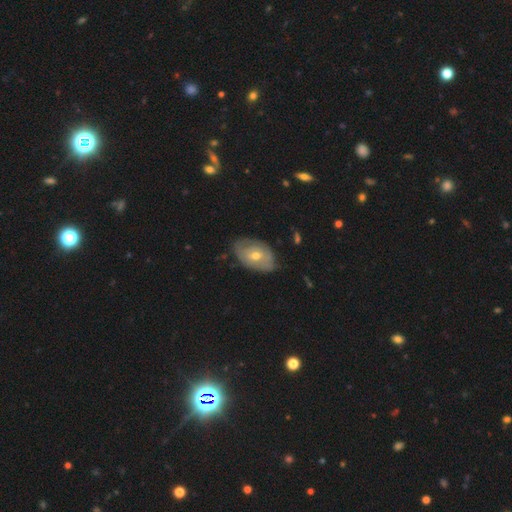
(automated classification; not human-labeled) smooth-or-featured: featured or disk: 57% | smooth: 36% | star or artifact: 7%
  disk-edge-on: no: 92% | yes: 8%
    bar: no: 73% | weak: 22% | strong: 5%
    has-spiral-arms: yes: 53% | no: 47%
    bulge-size: moderate: 62% | small: 34% | large: 2% | none: 1% | dominant: 1%
  merging: none: 68% | minor disturbance: 25% | major disturbance: 5% | merger: 1%